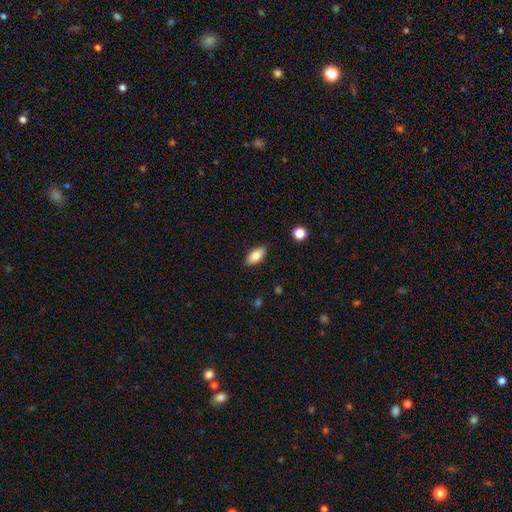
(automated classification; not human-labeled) smooth_or_featured: smooth (p=0.83) [alt: featured or disk p=0.10]
how_rounded: in between (p=0.91) [alt: cigar-shaped p=0.06]
merging: none (p=0.88) [alt: minor disturbance p=0.09]